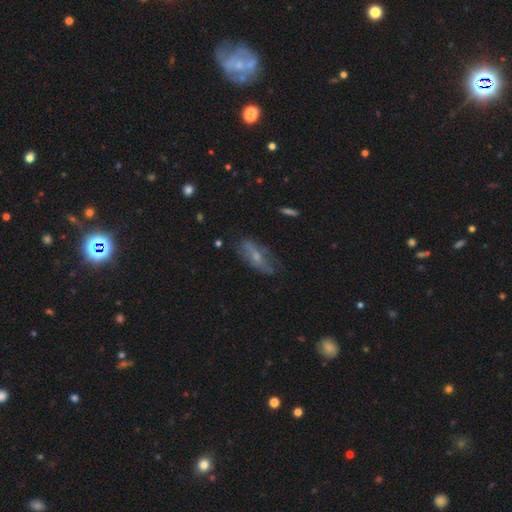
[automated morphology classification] The model was most divided on "smooth or featured": featured or disk: 51%, smooth: 39%, star or artifact: 9%. More confident: edge-on disk — no (67%); merging — none (59%).